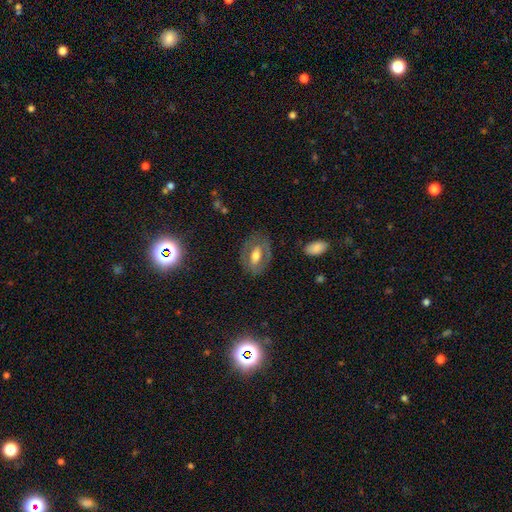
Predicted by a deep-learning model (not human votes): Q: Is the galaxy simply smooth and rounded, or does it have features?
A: featured or disk — 47%.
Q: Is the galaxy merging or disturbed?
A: none — 75%.